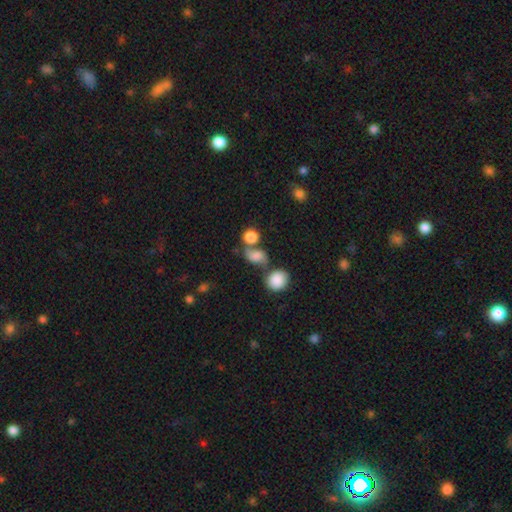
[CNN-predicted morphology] A smooth galaxy with no disk features (73%) that is in between round and cigar-shaped (49%, tied with round). Merging: none (39%).